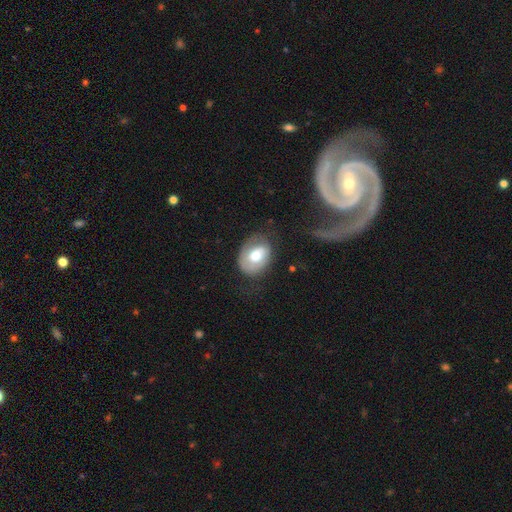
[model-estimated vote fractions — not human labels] This appears to be a smooth galaxy with no disk features (54%) that is in between round and cigar-shaped (72%). Merging: none (57%).